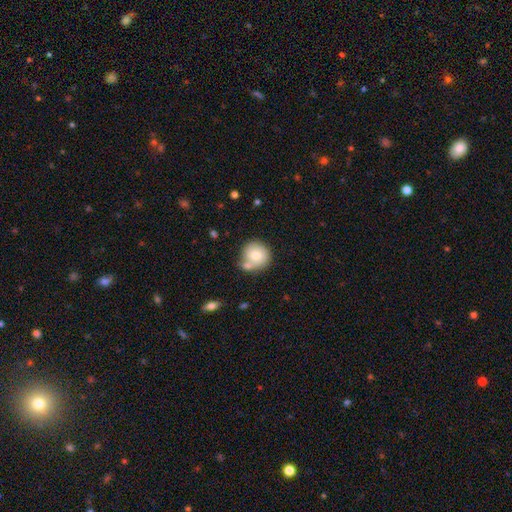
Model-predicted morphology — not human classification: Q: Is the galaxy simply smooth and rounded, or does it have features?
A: smooth — 74%.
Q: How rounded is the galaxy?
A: round — 90%.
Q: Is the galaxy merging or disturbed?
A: none — 52%.